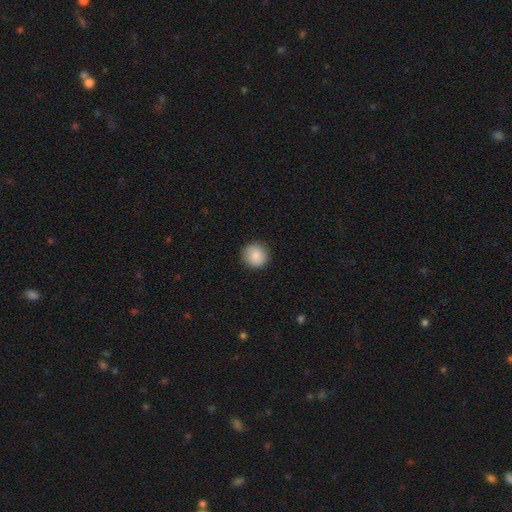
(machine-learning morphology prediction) This appears to be a smooth galaxy with no disk features (87%) that is round (92%). Merging: none (90%).